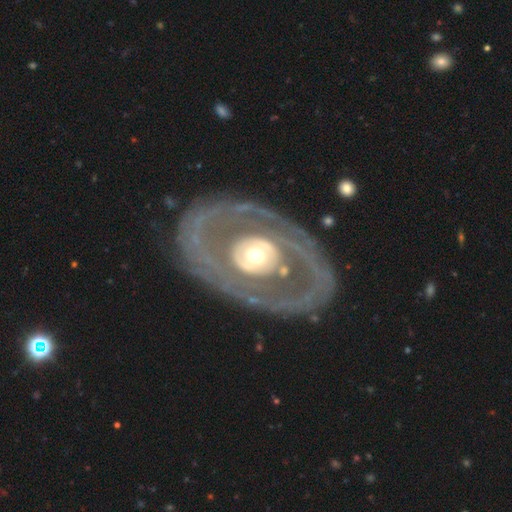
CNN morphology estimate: The model was most divided on "spiral arms": no: 57%, yes: 43%. More confident: edge-on disk — no (94%); bar — no (80%); smooth or featured — featured or disk (78%); merging — none (73%); bulge size — moderate (65%).